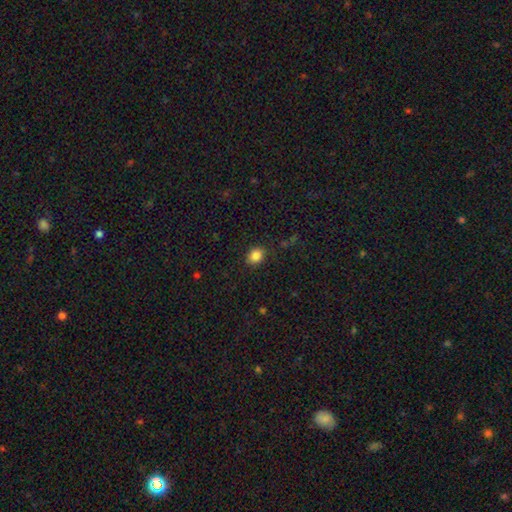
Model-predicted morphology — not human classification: smooth 85%, star or artifact 10%, featured or disk 5%. Down the decision tree: how rounded — round (55%); merging — none (87%).